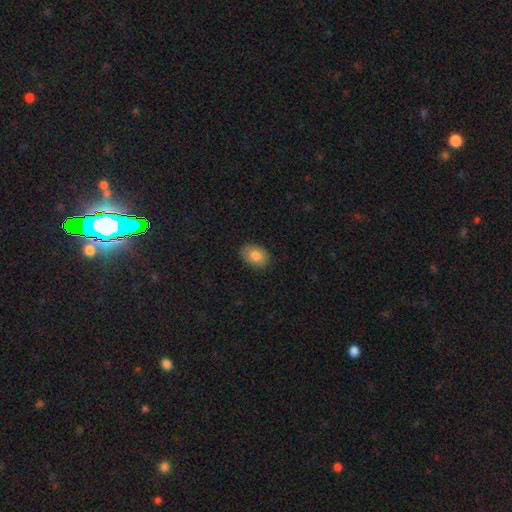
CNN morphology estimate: Q: Smooth or featured?
A: smooth (81%); runner-up: featured or disk (11%)
Q: How rounded?
A: in between (79%); runner-up: round (20%)
Q: Merging?
A: none (87%); runner-up: minor disturbance (10%)